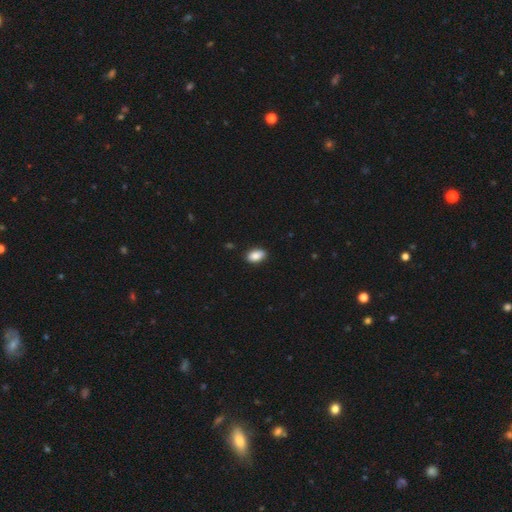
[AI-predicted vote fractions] Smooth or featured? Predicted: smooth (p=0.88). How rounded? Predicted: in between (p=0.91). Merging? Predicted: none (p=0.87).